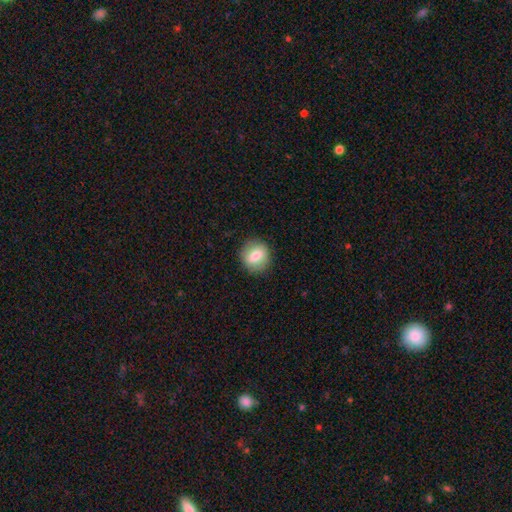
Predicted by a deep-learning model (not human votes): Q: Smooth or featured?
A: smooth (73%); runner-up: featured or disk (19%)
Q: How rounded?
A: round (79%); runner-up: in between (20%)
Q: Merging?
A: none (87%); runner-up: minor disturbance (9%)